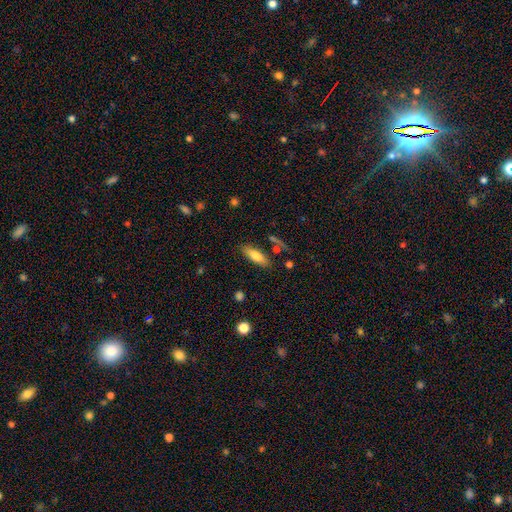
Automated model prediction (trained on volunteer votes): smooth_or_featured: smooth (p=0.75) [alt: featured or disk p=0.19]
how_rounded: in between (p=0.59) [alt: cigar-shaped p=0.39]
merging: none (p=0.79) [alt: minor disturbance p=0.12]